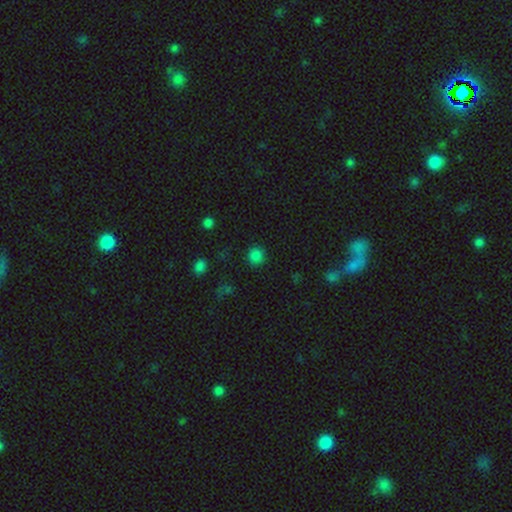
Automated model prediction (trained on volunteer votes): Smooth or featured? smooth (82%)
How rounded? round (91%)
Merging? none (89%)